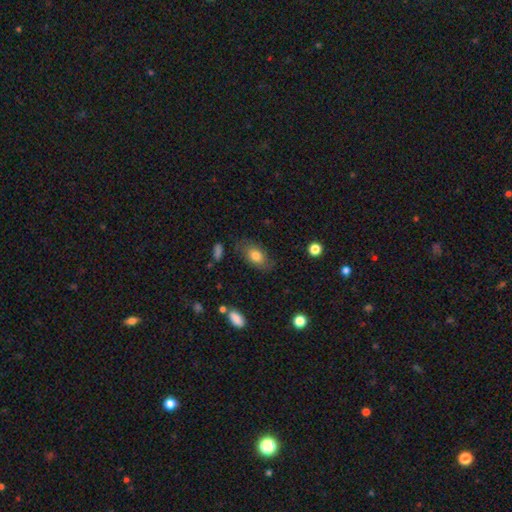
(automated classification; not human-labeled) Smooth or featured?
  - smooth: 69% *
  - featured or disk: 22%
  - star or artifact: 8%
How rounded?
  - in between: 87% *
  - round: 10%
  - cigar-shaped: 3%
Merging?
  - none: 73% *
  - minor disturbance: 19%
  - major disturbance: 7%
  - merger: 2%